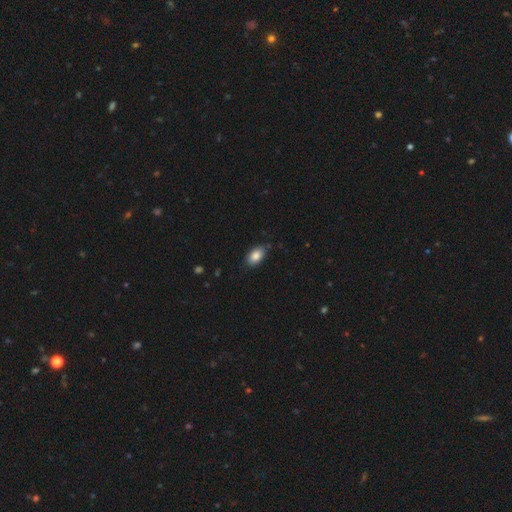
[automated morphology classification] A smooth galaxy with no disk features (86%) that is in between round and cigar-shaped (92%). Merging: none (83%).